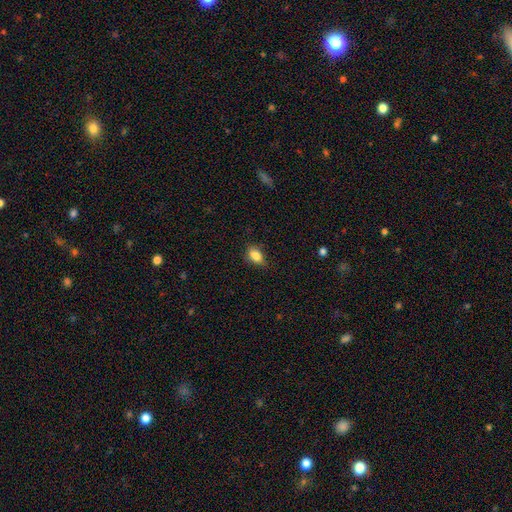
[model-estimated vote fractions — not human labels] A smooth galaxy with no disk features (85%) that is in between round and cigar-shaped (84%). Merging: none (77%).